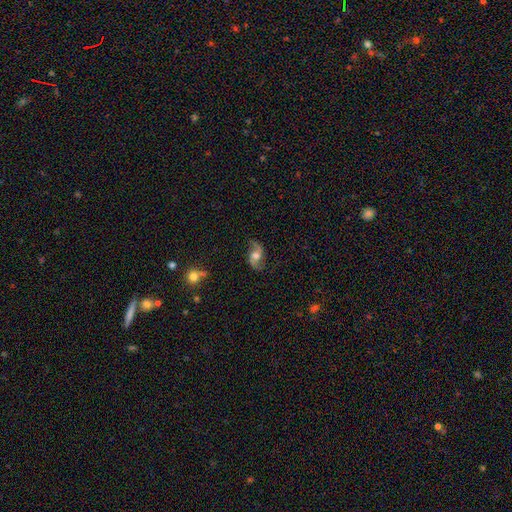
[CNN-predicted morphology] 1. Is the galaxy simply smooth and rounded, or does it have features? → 82% featured or disk, 12% smooth, 6% star or artifact.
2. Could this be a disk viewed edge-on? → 96% no, 4% yes.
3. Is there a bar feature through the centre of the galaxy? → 59% no, 32% weak, 8% strong.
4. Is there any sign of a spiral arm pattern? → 95% yes, 5% no.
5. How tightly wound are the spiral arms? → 66% loose, 27% medium, 6% tight.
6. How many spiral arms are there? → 94% 2, 2% can't tell, 2% 1, 1% 3, 1% 4, 1% more than 4.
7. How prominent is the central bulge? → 63% moderate, 21% large, 12% small, 3% none, 2% dominant.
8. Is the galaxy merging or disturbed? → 80% none, 13% minor disturbance, 5% major disturbance, 1% merger.